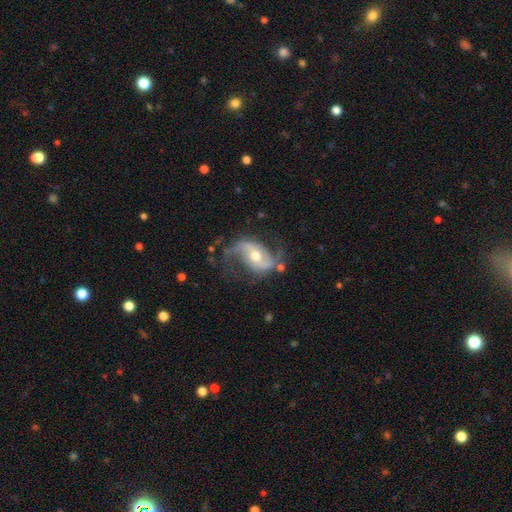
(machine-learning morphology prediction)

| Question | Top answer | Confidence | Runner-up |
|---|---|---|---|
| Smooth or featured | featured or disk | 86% | smooth (8%) |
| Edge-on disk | no | 97% | yes (3%) |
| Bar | no | 41% | weak (36%) |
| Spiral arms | yes | 95% | no (5%) |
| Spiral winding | loose | 61% | medium (32%) |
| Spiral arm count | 2 | 91% | 1 (3%) |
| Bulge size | moderate | 68% | small (25%) |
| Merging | none | 64% | minor disturbance (19%) |